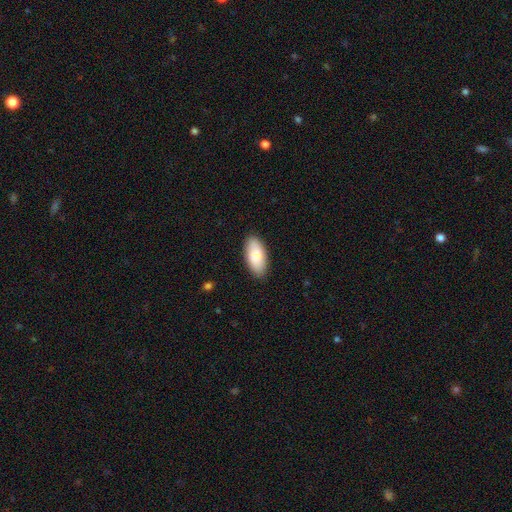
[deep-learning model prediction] This appears to be a smooth galaxy with no disk features (85%) that is in between round and cigar-shaped (91%). Merging: none (88%).